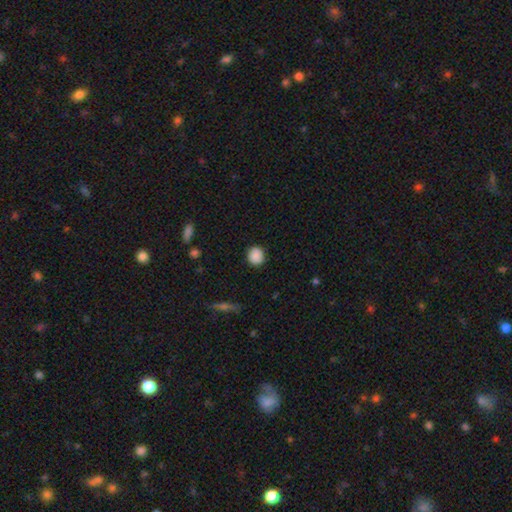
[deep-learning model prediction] Smooth or featured? Predicted: smooth (p=0.88). How rounded? Predicted: round (p=0.81). Merging? Predicted: none (p=0.87).